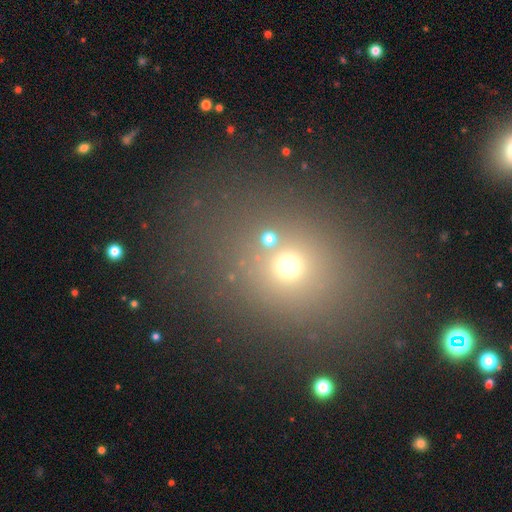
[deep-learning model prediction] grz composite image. It shows a smooth galaxy with no disk features (54%) that is round (62%). Merging: none (77%).